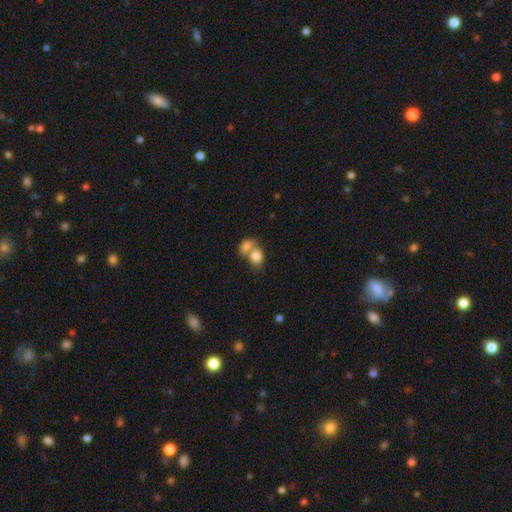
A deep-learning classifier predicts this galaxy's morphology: Overall: smooth (80%). How rounded: in between (60%; round 39%). Merging: merger (66%).